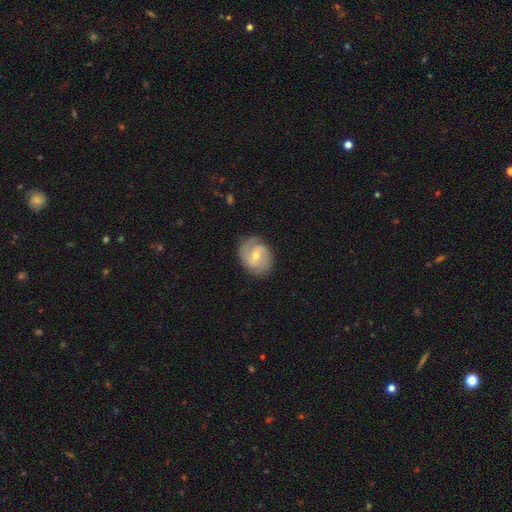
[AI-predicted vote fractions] Smooth or featured?
  - featured or disk: 74% *
  - smooth: 20%
  - star or artifact: 6%
Edge-on disk?
  - no: 97% *
  - yes: 3%
Bar?
  - weak: 54% *
  - no: 31%
  - strong: 15%
Spiral arms?
  - yes: 90% *
  - no: 10%
Spiral winding?
  - medium: 43% *
  - tight: 40%
  - loose: 17%
Spiral arm count?
  - 2: 71% *
  - can't tell: 13%
  - 3: 7%
  - 1: 6%
  - 4: 2%
  - more than 4: 2%
Bulge size?
  - moderate: 54% *
  - small: 42%
  - large: 2%
  - none: 1%
  - dominant: 1%
Merging?
  - none: 77% *
  - minor disturbance: 16%
  - major disturbance: 5%
  - merger: 1%